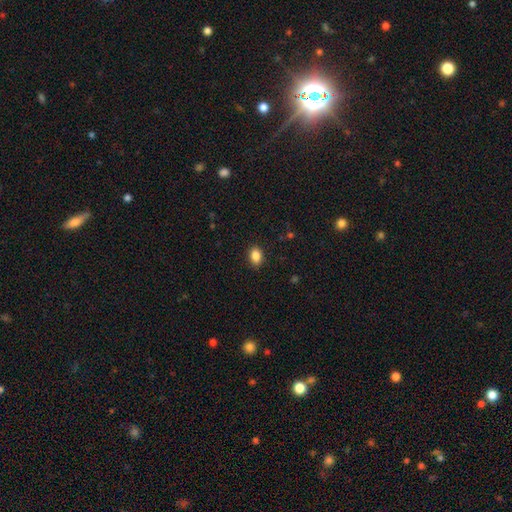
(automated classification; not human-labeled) Smooth or featured: smooth — 87% (star or artifact — 9%)
How rounded: in between — 77% (round — 22%)
Merging: none — 88% (minor disturbance — 8%)